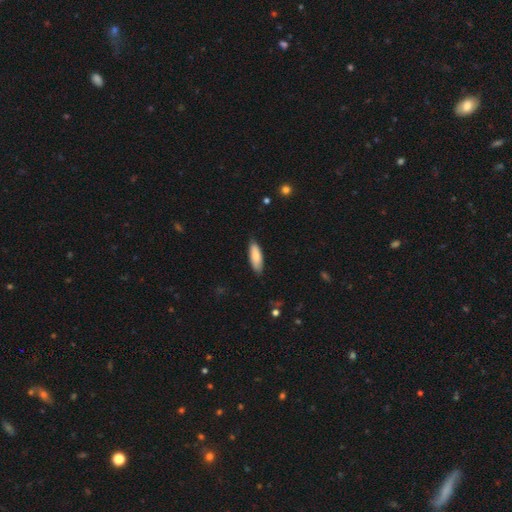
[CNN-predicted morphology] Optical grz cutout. It shows a smooth galaxy with no disk features (83%) that is in between round and cigar-shaped (61%). Merging: none (83%).